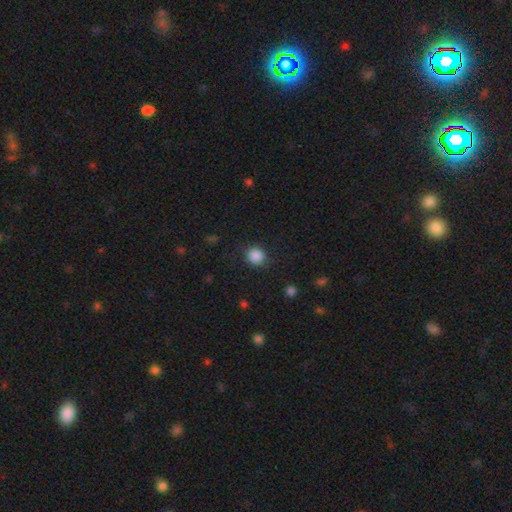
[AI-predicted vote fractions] Smooth or featured?
  - smooth: 87% *
  - star or artifact: 10%
  - featured or disk: 3%
How rounded?
  - round: 88% *
  - in between: 12%
  - cigar-shaped: 1%
Merging?
  - none: 86% *
  - minor disturbance: 9%
  - major disturbance: 3%
  - merger: 1%